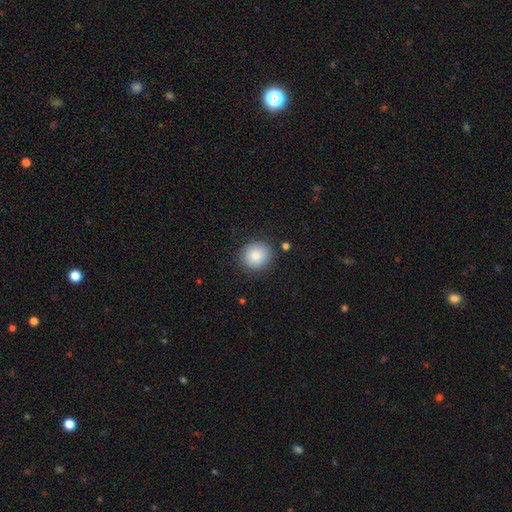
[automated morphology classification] smooth-or-featured: smooth: 83% | star or artifact: 9% | featured or disk: 8%
  how-rounded: round: 87% | in between: 12% | cigar-shaped: 1%
  merging: none: 87% | minor disturbance: 9% | major disturbance: 2% | merger: 2%